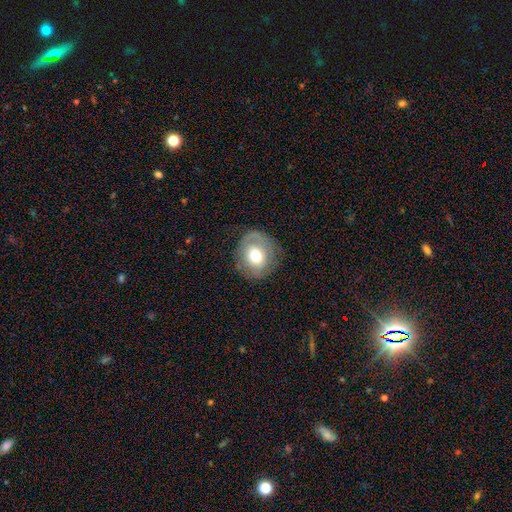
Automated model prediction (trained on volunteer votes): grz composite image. It shows a smooth galaxy with no disk features (63%) that is round (78%). Merging: none (78%).